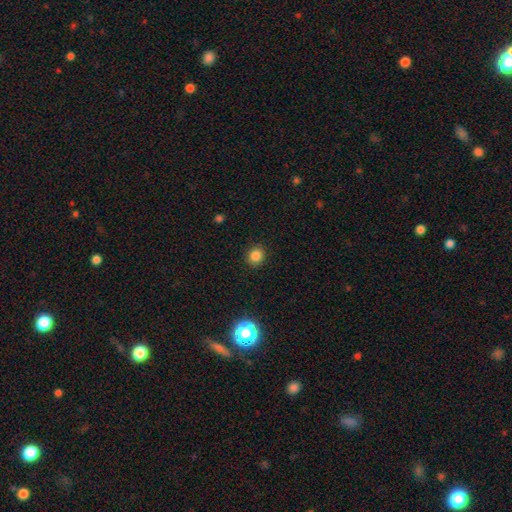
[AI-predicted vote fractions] This appears to be a smooth galaxy with no disk features (83%) that is round (80%). Merging: none (90%).